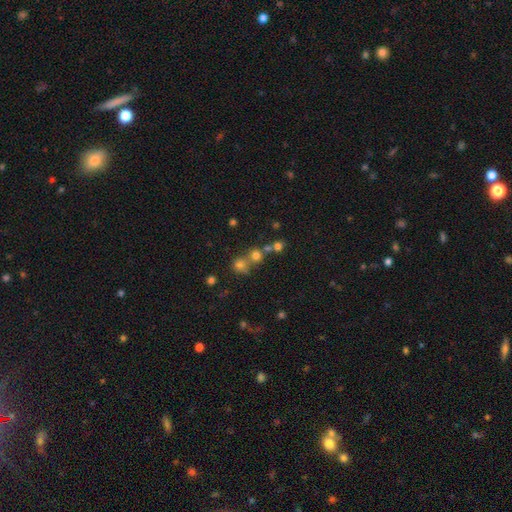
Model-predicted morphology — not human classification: smooth 68%, star or artifact 22%, featured or disk 10%. Down the decision tree: how rounded — round (88%); merging — none (53%).